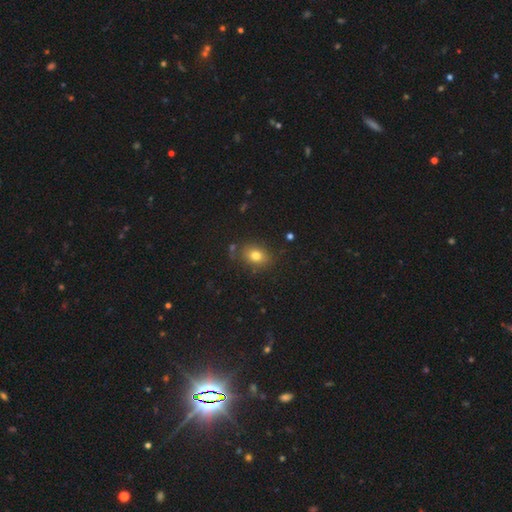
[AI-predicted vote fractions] This appears to be a smooth galaxy with no disk features (78%) that is in between round and cigar-shaped (64%). Merging: none (80%).